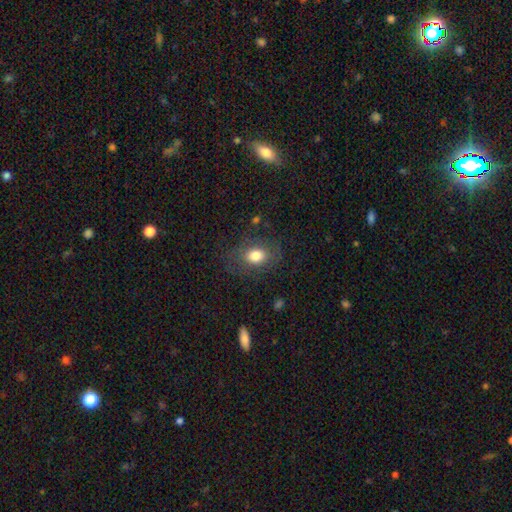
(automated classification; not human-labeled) smooth-or-featured: smooth: 77% | featured or disk: 13% | star or artifact: 10%
  how-rounded: in between: 63% | round: 35% | cigar-shaped: 1%
  merging: none: 76% | minor disturbance: 15% | major disturbance: 8% | merger: 1%